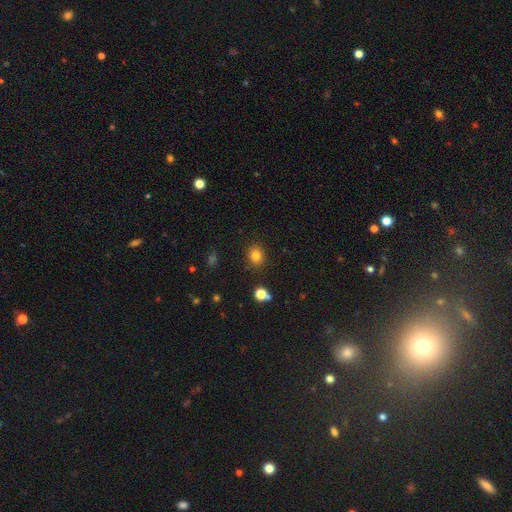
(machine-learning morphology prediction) A smooth galaxy with no disk features (81%) that is round (74%).

Vote fractions:
- Smooth or featured? smooth: 81% / star or artifact: 13% / featured or disk: 6%
- How rounded? round: 74% / in between: 25% / cigar-shaped: 1%
- Merging? none: 86% / minor disturbance: 9% / major disturbance: 3% / merger: 2%